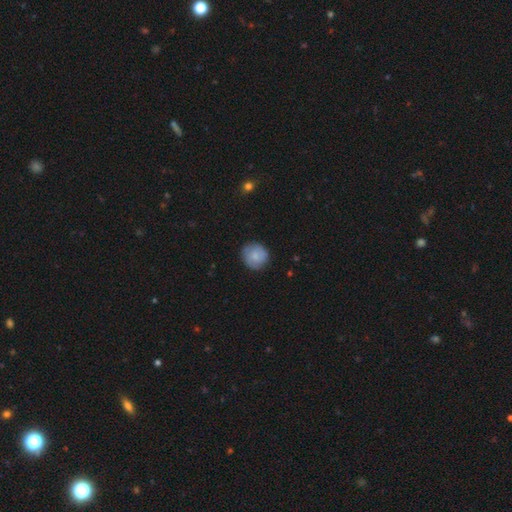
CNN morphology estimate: Q: Smooth or featured?
A: smooth (80%); runner-up: featured or disk (13%)
Q: How rounded?
A: round (91%); runner-up: in between (8%)
Q: Merging?
A: none (82%); runner-up: minor disturbance (14%)